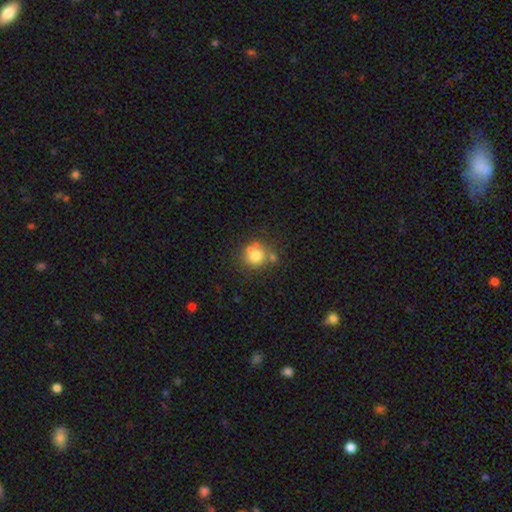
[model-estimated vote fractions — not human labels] The model was most divided on "merging": none: 54%, merger: 28%, minor disturbance: 13%, major disturbance: 5%. More confident: how rounded — round (85%); smooth or featured — smooth (71%).